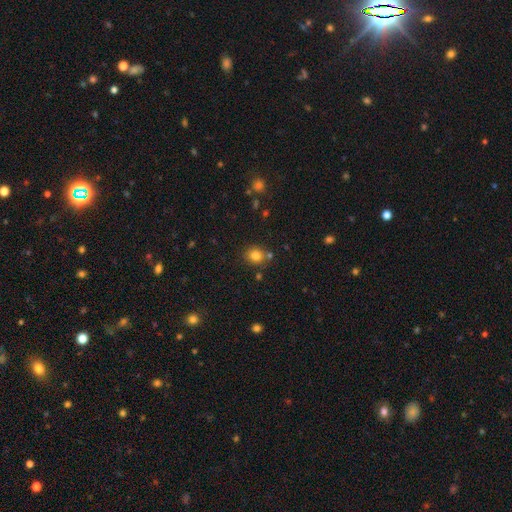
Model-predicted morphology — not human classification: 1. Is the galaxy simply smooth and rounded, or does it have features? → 80% smooth, 13% star or artifact, 7% featured or disk.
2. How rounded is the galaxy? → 73% round, 26% in between, 1% cigar-shaped.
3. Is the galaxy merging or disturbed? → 77% none, 11% minor disturbance, 9% merger, 3% major disturbance.